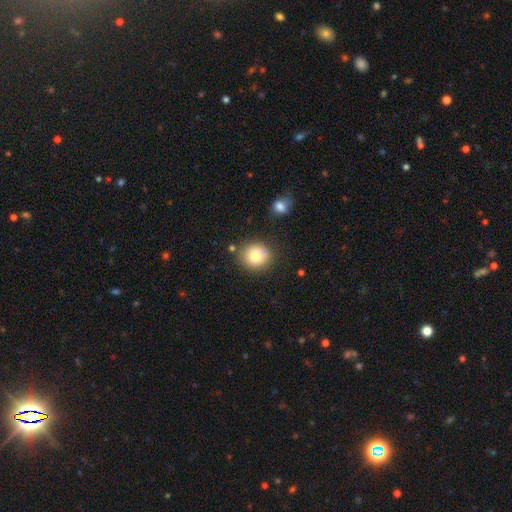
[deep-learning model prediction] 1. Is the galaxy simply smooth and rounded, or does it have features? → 80% smooth, 11% featured or disk, 9% star or artifact.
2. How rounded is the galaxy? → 85% round, 14% in between, 1% cigar-shaped.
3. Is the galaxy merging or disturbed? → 78% none, 12% minor disturbance, 6% merger, 3% major disturbance.